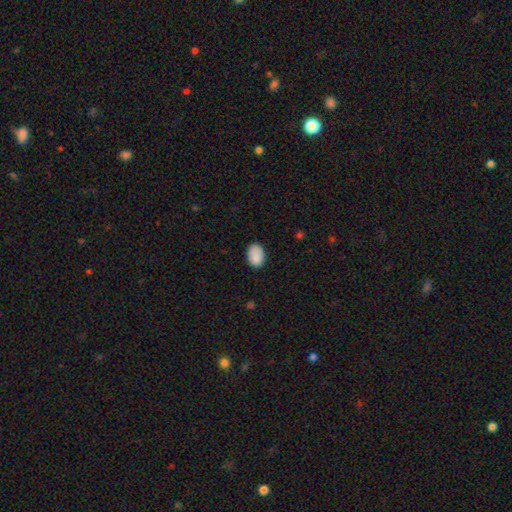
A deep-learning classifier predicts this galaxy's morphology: A smooth galaxy with no disk features (88%) that is in between round and cigar-shaped (86%). Merging: none (80%).